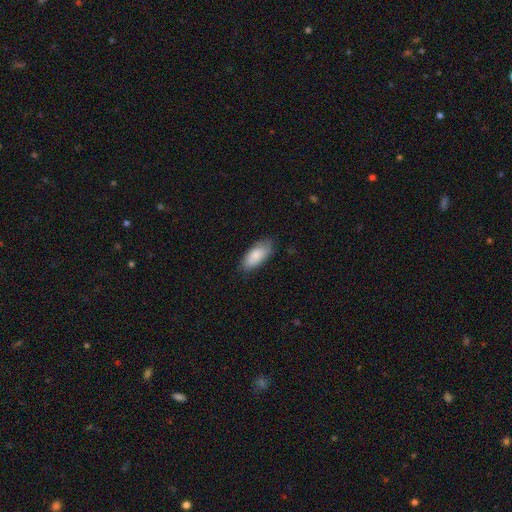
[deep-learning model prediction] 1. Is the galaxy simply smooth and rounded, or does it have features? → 82% smooth, 12% featured or disk, 6% star or artifact.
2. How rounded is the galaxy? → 89% in between, 9% cigar-shaped, 2% round.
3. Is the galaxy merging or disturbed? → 75% none, 20% minor disturbance, 4% major disturbance, 1% merger.